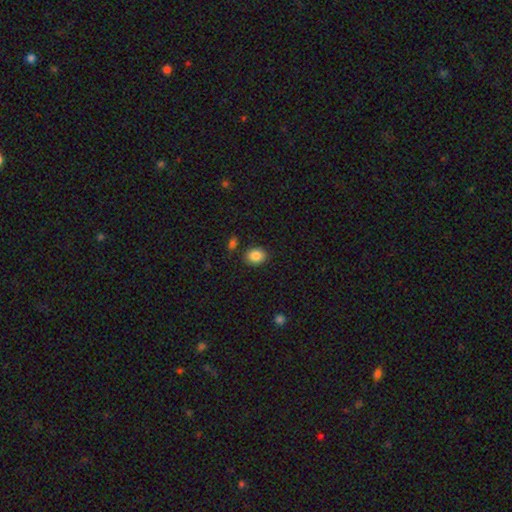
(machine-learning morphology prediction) smooth-or-featured: smooth: 87% | star or artifact: 9% | featured or disk: 5%
  how-rounded: round: 52% | in between: 47% | cigar-shaped: 1%
  merging: none: 85% | minor disturbance: 9% | merger: 3% | major disturbance: 2%